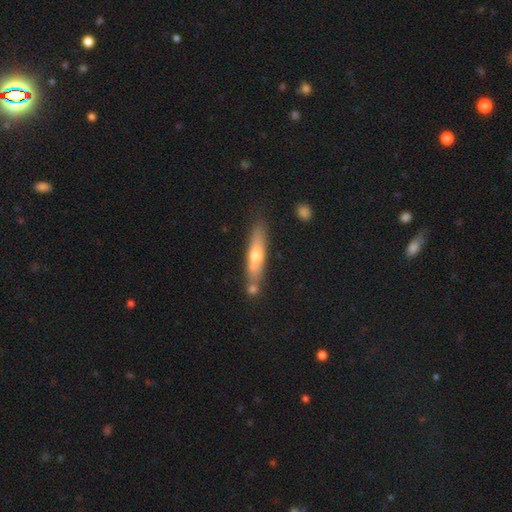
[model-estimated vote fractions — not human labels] Smooth or featured? featured or disk (48%)
Merging? none (67%)